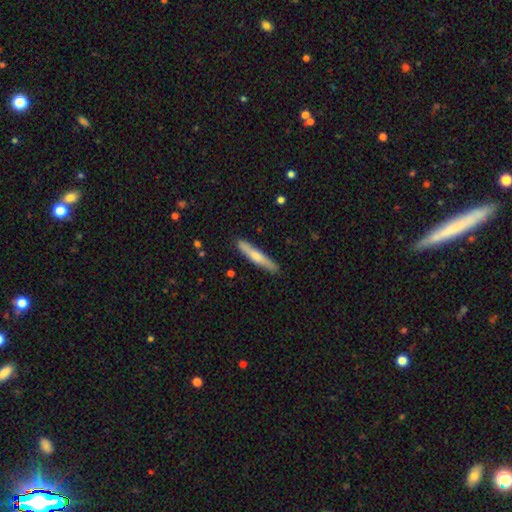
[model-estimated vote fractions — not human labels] A smooth galaxy with no disk features (58%) that is cigar-shaped (93%).

Vote fractions:
- Smooth or featured? smooth: 58% / featured or disk: 37% / star or artifact: 5%
- How rounded? cigar-shaped: 93% / in between: 6% / round: 1%
- Merging? none: 88% / minor disturbance: 9% / major disturbance: 2% / merger: 1%